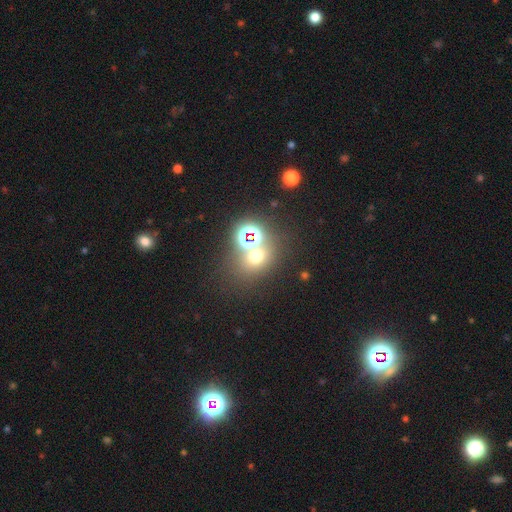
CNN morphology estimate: type=smooth (52%); roundness=round (65%); merging=none (61%).